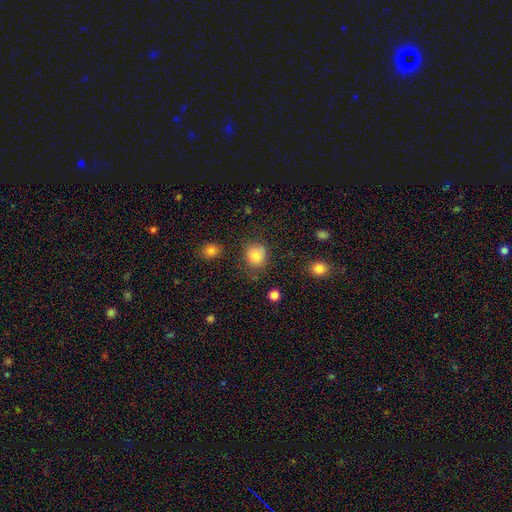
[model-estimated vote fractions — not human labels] Smooth or featured?
  - smooth: 83% *
  - star or artifact: 11%
  - featured or disk: 7%
How rounded?
  - round: 80% *
  - in between: 19%
  - cigar-shaped: 1%
Merging?
  - none: 77% *
  - minor disturbance: 15%
  - major disturbance: 4%
  - merger: 4%